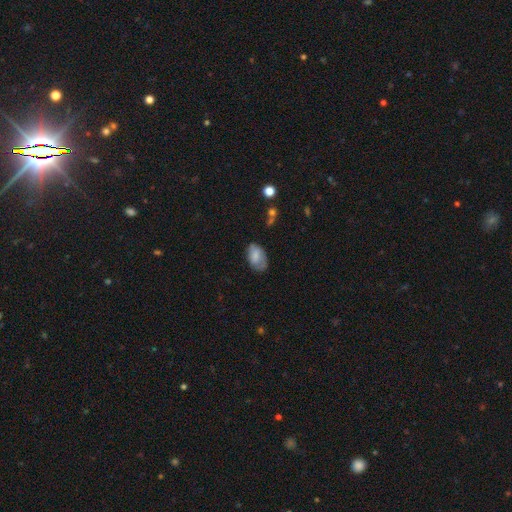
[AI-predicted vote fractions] This is likely a smooth galaxy (75%). How rounded: clearly in between (92%). Merging: possibly none (60%).